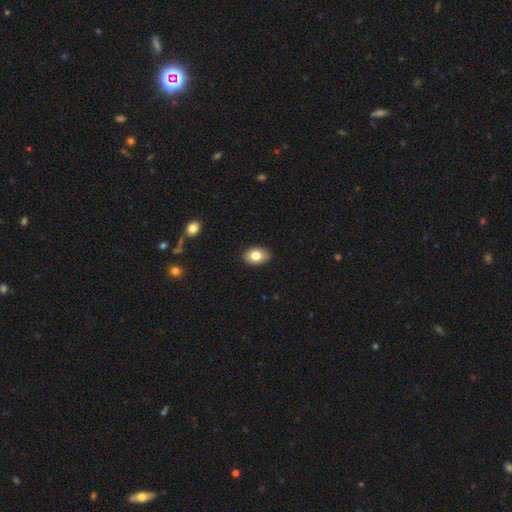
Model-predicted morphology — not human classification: Smooth or featured?
  - smooth: 80% *
  - featured or disk: 12%
  - star or artifact: 8%
How rounded?
  - in between: 84% *
  - round: 14%
  - cigar-shaped: 1%
Merging?
  - none: 88% *
  - minor disturbance: 9%
  - major disturbance: 2%
  - merger: 1%